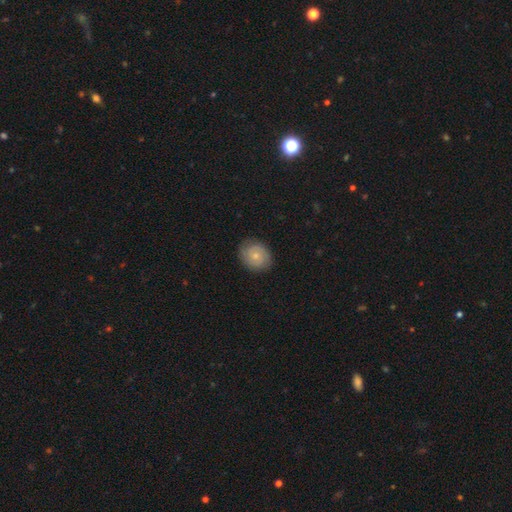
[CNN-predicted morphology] Q: Smooth or featured?
A: smooth (53%); runner-up: featured or disk (39%)
Q: How rounded?
A: round (67%); runner-up: in between (32%)
Q: Merging?
A: none (83%); runner-up: minor disturbance (13%)